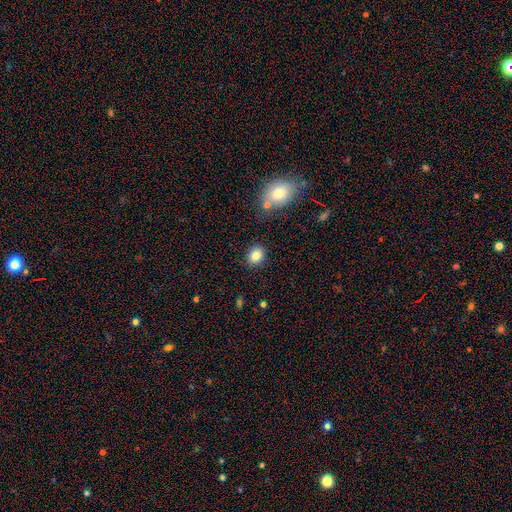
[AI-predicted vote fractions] Q: Smooth or featured?
A: smooth (84%); runner-up: star or artifact (9%)
Q: How rounded?
A: round (60%); runner-up: in between (39%)
Q: Merging?
A: none (86%); runner-up: minor disturbance (9%)